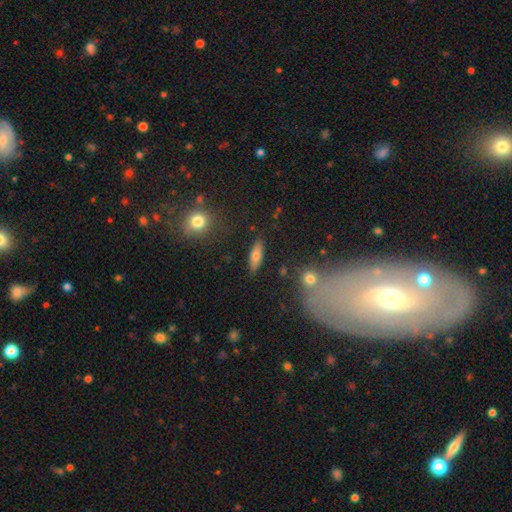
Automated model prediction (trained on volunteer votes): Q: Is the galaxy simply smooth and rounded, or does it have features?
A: smooth — 68%.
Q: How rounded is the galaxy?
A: in between — 57%.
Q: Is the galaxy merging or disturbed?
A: none — 86%.